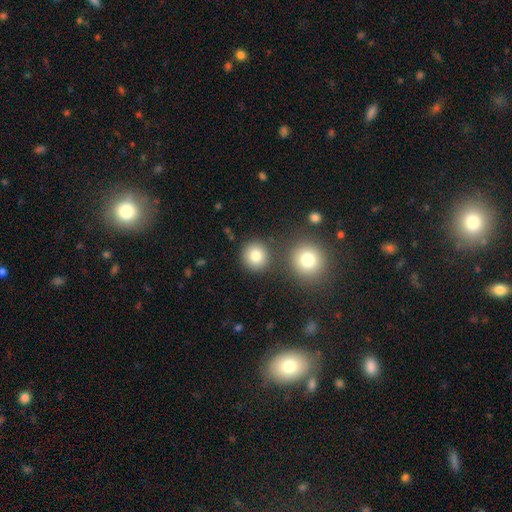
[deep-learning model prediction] smooth-or-featured: smooth: 81% | star or artifact: 11% | featured or disk: 8%
  how-rounded: round: 92% | in between: 8% | cigar-shaped: 1%
  merging: none: 80% | merger: 9% | minor disturbance: 7% | major disturbance: 3%